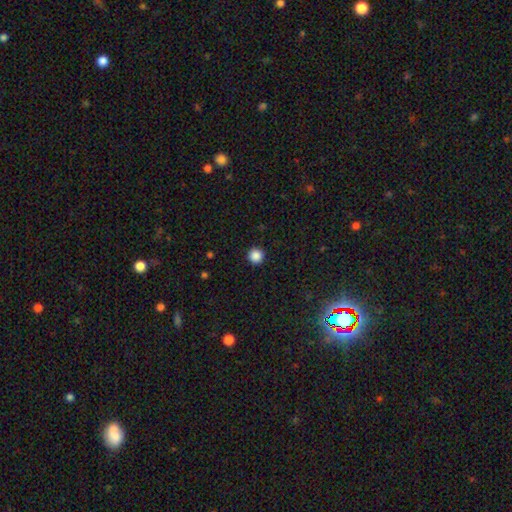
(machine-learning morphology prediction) Smooth or featured?
  - smooth: 87% *
  - star or artifact: 10%
  - featured or disk: 3%
How rounded?
  - round: 96% *
  - in between: 3%
  - cigar-shaped: 1%
Merging?
  - none: 93% *
  - minor disturbance: 4%
  - major disturbance: 2%
  - merger: 1%